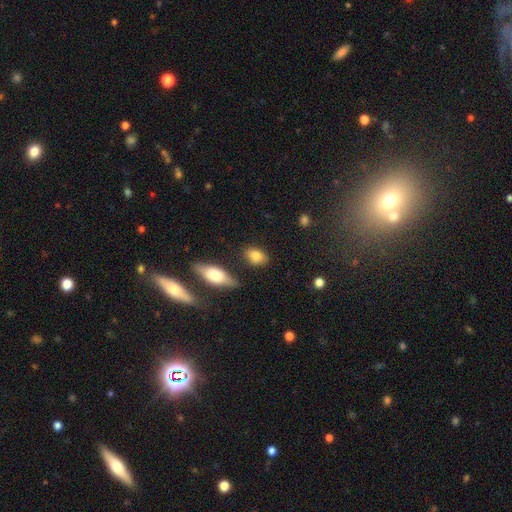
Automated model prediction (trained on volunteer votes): This is clearly a smooth galaxy (83%). How rounded: likely in between (77%). Merging: likely none (77%).